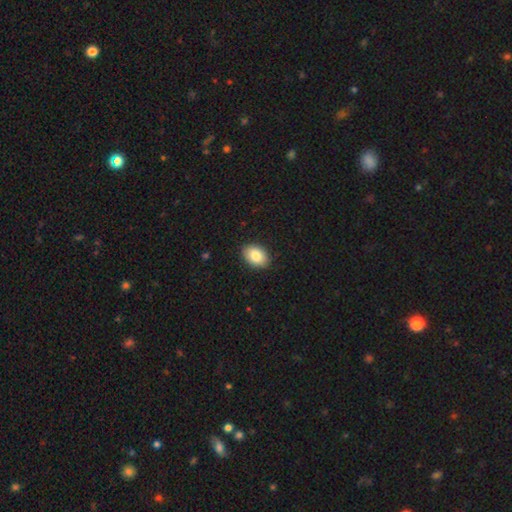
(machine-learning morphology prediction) A smooth galaxy with no disk features (85%) that is in between round and cigar-shaped (83%). Merging: none (90%).